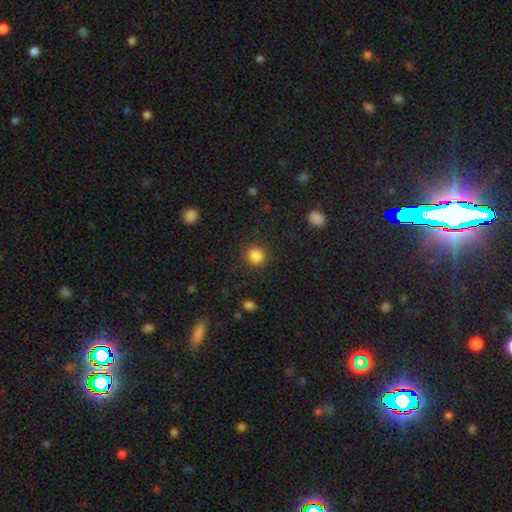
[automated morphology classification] Smooth or featured? Predicted: smooth (p=0.85). How rounded? Predicted: round (p=0.90). Merging? Predicted: none (p=0.88).